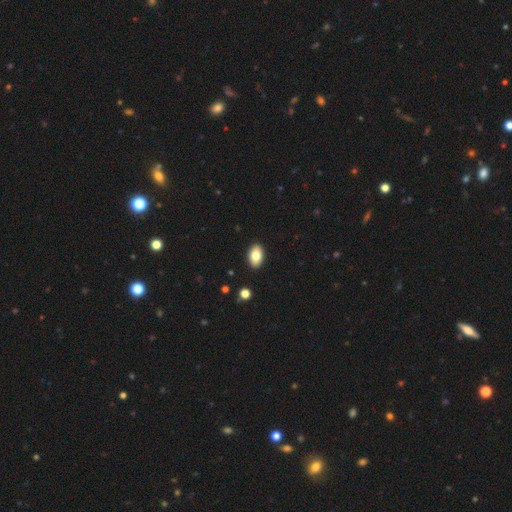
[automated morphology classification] Q: Smooth or featured?
A: smooth (83%); runner-up: featured or disk (10%)
Q: How rounded?
A: in between (92%); runner-up: round (7%)
Q: Merging?
A: none (91%); runner-up: minor disturbance (7%)